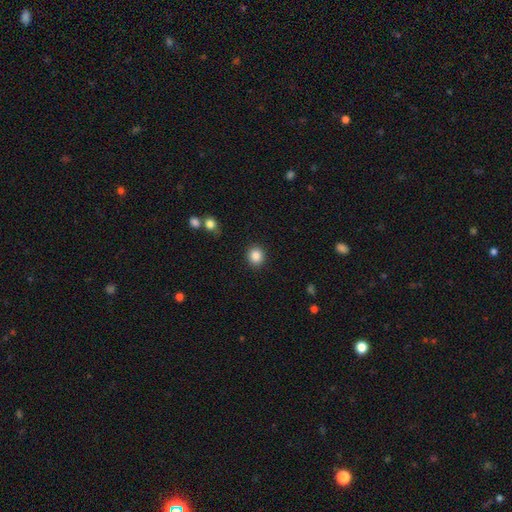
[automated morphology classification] smooth 87%, star or artifact 9%, featured or disk 4%. Down the decision tree: how rounded — round (83%); merging — none (90%).